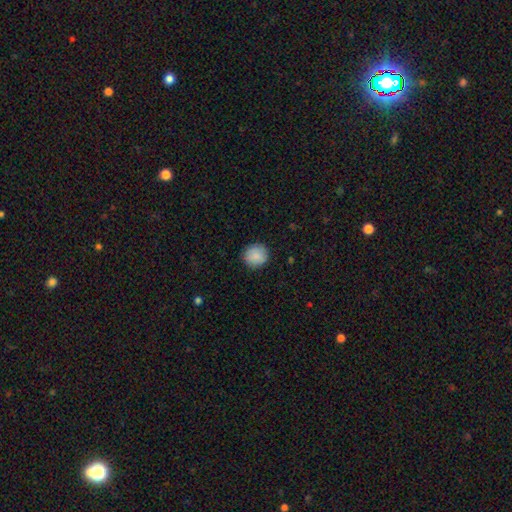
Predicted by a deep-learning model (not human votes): Overall: smooth (88%). How rounded: round (92%). Merging: none (89%).